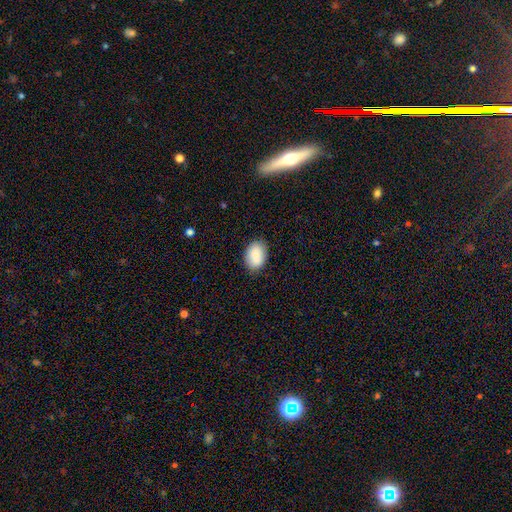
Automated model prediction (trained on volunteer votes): This appears to be a smooth galaxy with no disk features (89%) that is in between round and cigar-shaped (81%). Merging: none (85%).